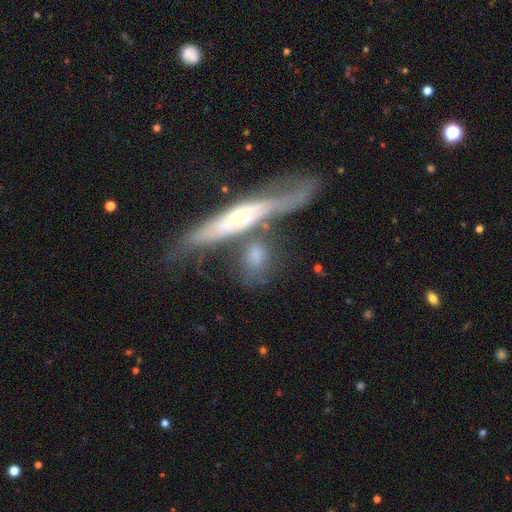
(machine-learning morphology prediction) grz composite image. It shows a smooth galaxy with no disk features (49%). Merging: none (46%).